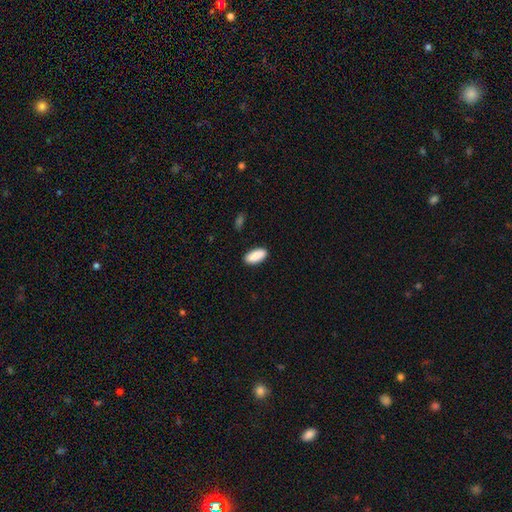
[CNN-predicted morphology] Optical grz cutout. It shows a smooth galaxy with no disk features (89%) that is in between round and cigar-shaped (90%). Merging: none (89%).